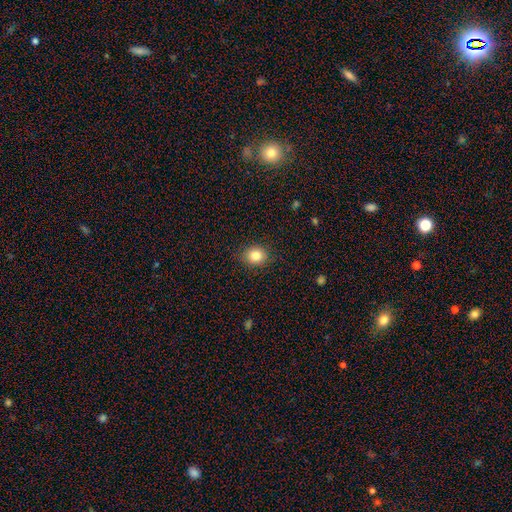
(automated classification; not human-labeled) Smooth or featured? Predicted: smooth (p=0.83). How rounded? Predicted: round (p=0.63). Merging? Predicted: none (p=0.88).